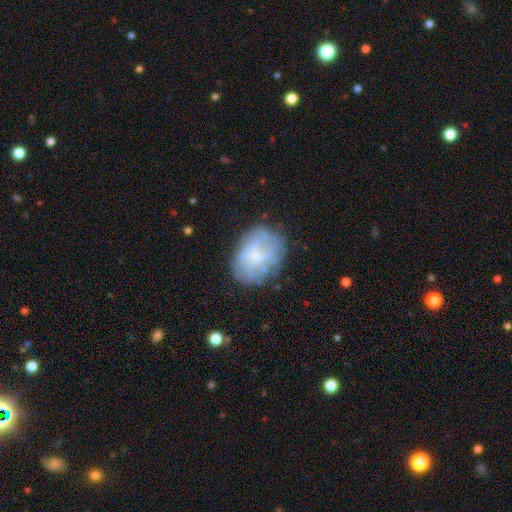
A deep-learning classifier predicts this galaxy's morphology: Smooth or featured: smooth — 47% (featured or disk — 44%)
Merging: none — 66% (minor disturbance — 21%)